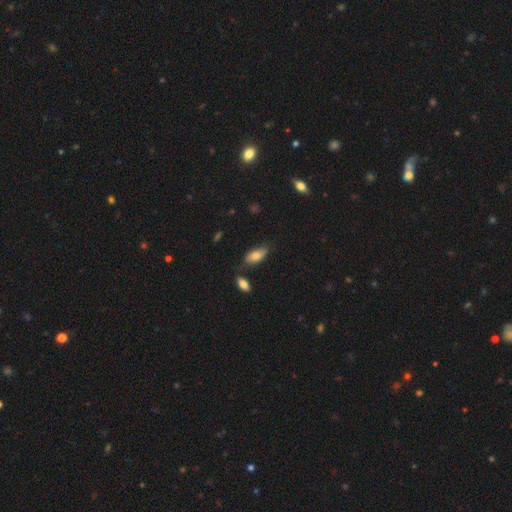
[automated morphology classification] This is likely a smooth galaxy (74%). How rounded: clearly in between (87%). Merging: likely none (71%).